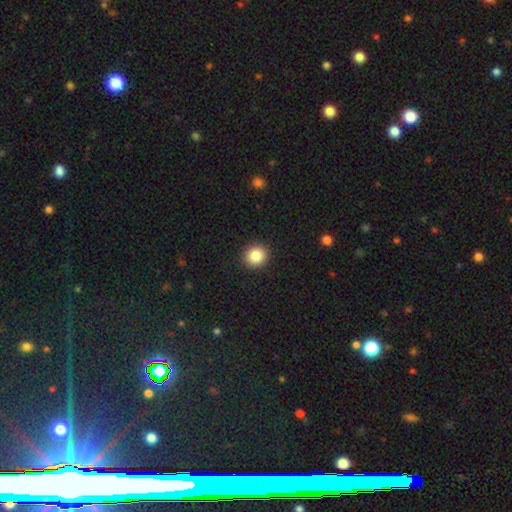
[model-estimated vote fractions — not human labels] This appears to be a smooth galaxy with no disk features (86%) that is round (88%). Merging: none (92%).